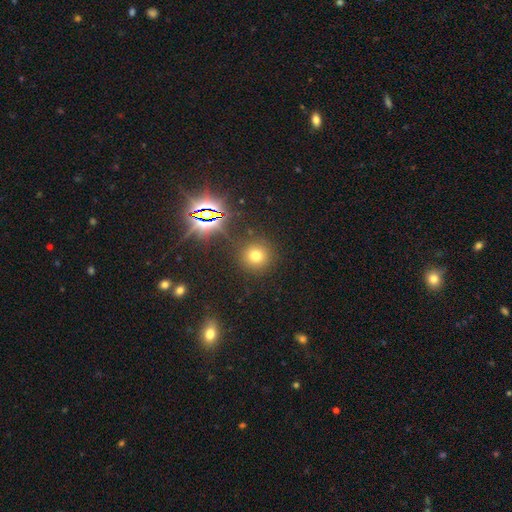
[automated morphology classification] smooth 66%, star or artifact 25%, featured or disk 8%. Down the decision tree: how rounded — round (94%); merging — none (88%).